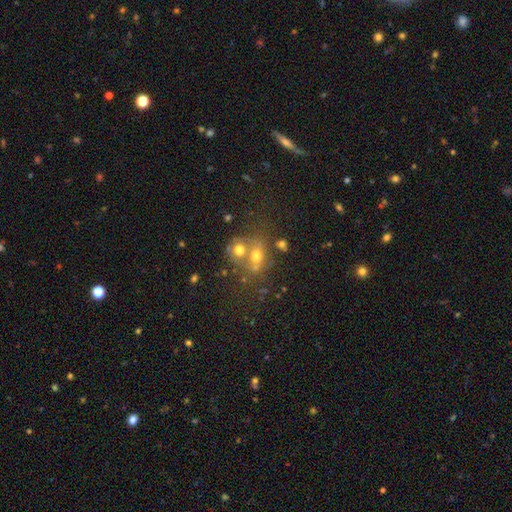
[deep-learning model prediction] A smooth galaxy with no disk features (52%) that is round (60%).

Vote fractions:
- Smooth or featured? smooth: 52% / featured or disk: 28% / star or artifact: 19%
- How rounded? round: 60% / in between: 39% / cigar-shaped: 2%
- Merging? merger: 49% / none: 34% / minor disturbance: 10% / major disturbance: 7%